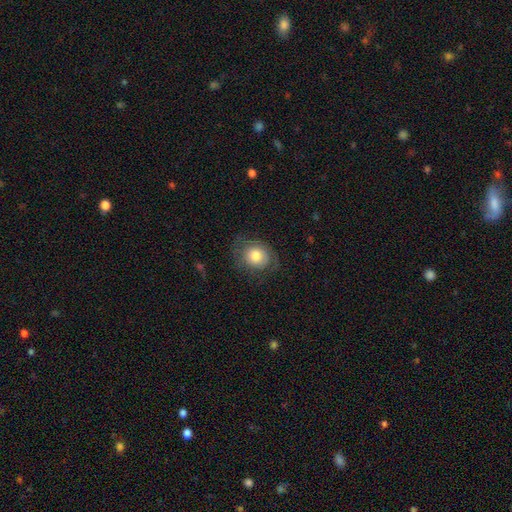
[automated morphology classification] smooth-or-featured: smooth: 73% | featured or disk: 19% | star or artifact: 8%
  how-rounded: round: 71% | in between: 28% | cigar-shaped: 1%
  merging: none: 69% | minor disturbance: 19% | major disturbance: 10% | merger: 1%